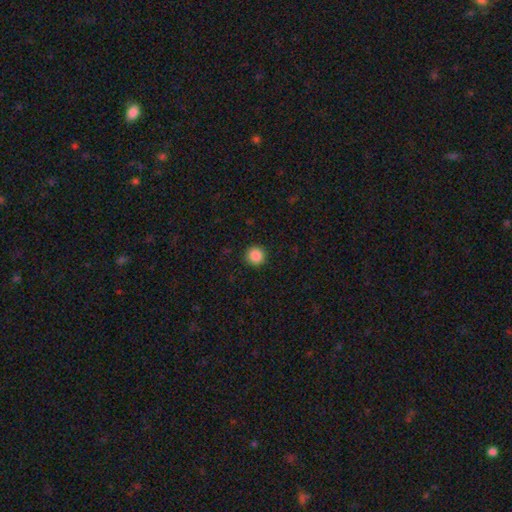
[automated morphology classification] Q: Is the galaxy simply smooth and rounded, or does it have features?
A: smooth — 87%.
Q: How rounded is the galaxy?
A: round — 95%.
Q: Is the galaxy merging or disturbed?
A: none — 92%.